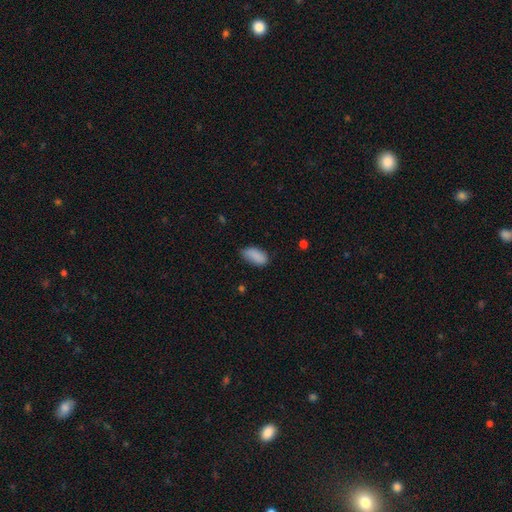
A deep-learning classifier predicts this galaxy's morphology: Smooth or featured? smooth (88%)
How rounded? in between (92%)
Merging? none (73%)